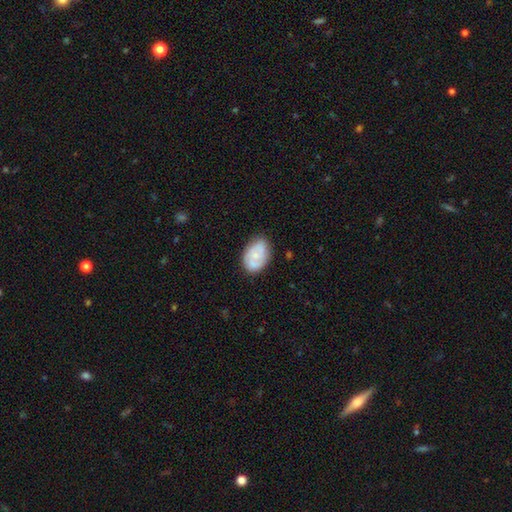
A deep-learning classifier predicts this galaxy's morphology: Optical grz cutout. It shows a smooth galaxy with no disk features (52%) that is in between round and cigar-shaped (82%). Merging: none (69%).